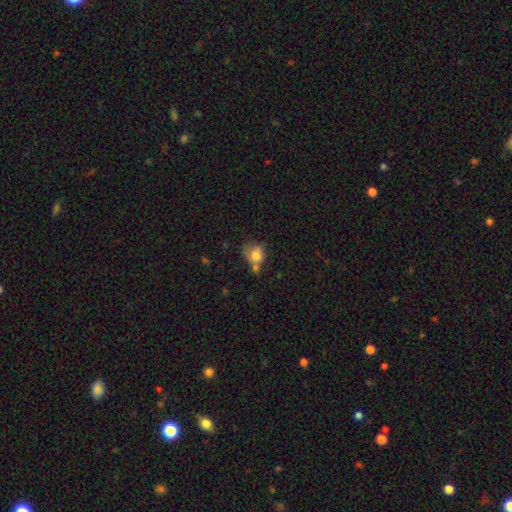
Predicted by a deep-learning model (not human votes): This appears to be a smooth galaxy with no disk features (71%) that is round (55%). Merging: none (28%).